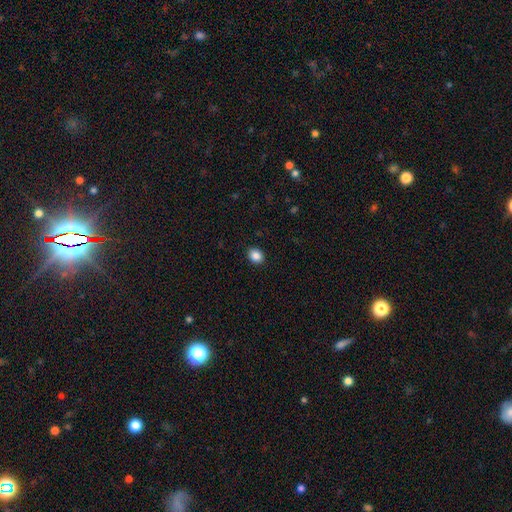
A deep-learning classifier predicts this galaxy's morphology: This is clearly a smooth galaxy (88%). How rounded: possibly in between (52%). Merging: clearly none (90%).